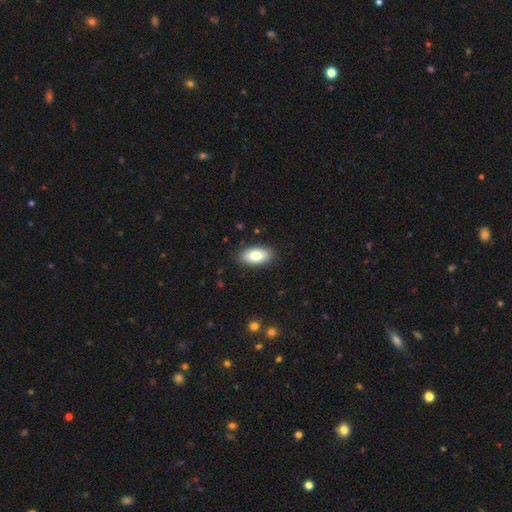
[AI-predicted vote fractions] Smooth or featured? smooth (80%)
How rounded? in between (92%)
Merging? none (88%)